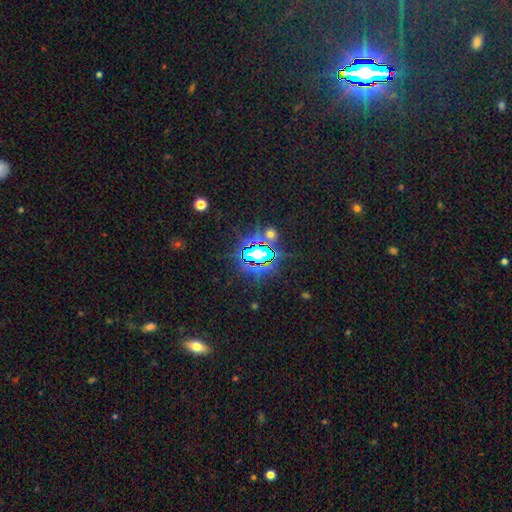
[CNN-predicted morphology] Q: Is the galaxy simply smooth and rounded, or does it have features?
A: star or artifact — 75%.